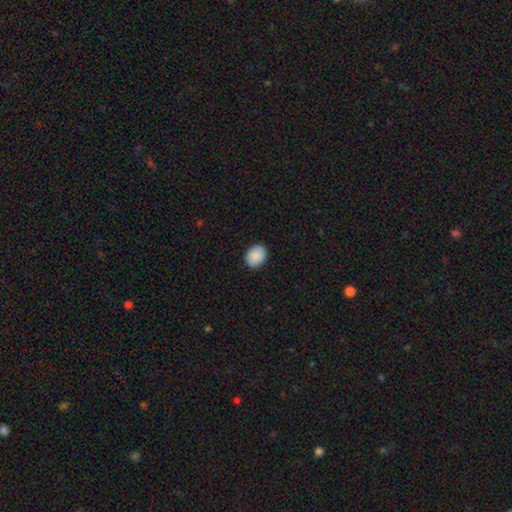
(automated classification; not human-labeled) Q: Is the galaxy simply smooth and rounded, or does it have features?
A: smooth — 90%.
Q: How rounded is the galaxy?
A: round — 52%.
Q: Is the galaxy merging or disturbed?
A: none — 89%.